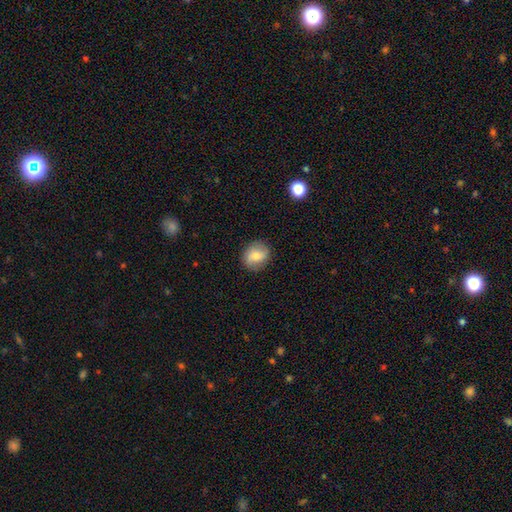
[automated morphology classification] Smooth or featured?
  - smooth: 69% *
  - featured or disk: 23%
  - star or artifact: 8%
How rounded?
  - round: 71% *
  - in between: 27%
  - cigar-shaped: 1%
Merging?
  - none: 84% *
  - minor disturbance: 12%
  - major disturbance: 3%
  - merger: 1%